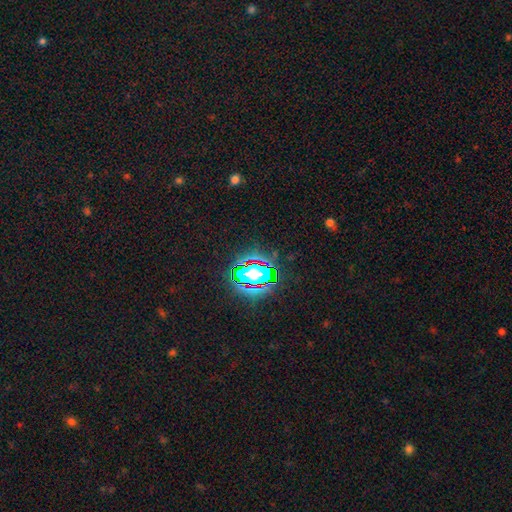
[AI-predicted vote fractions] Overall: star or artifact (77%).